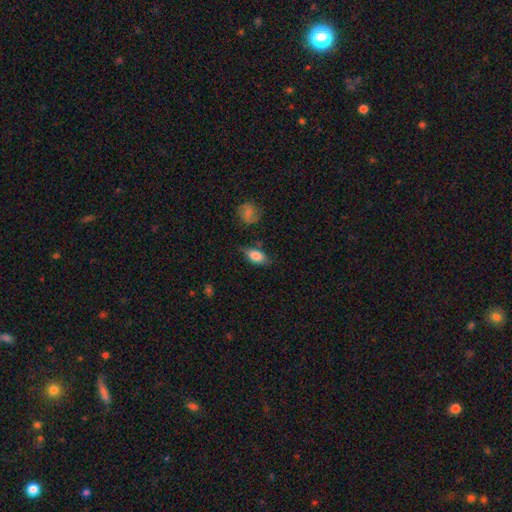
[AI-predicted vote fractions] A smooth galaxy with no disk features (80%) that is in between round and cigar-shaped (87%).

Vote fractions:
- Smooth or featured? smooth: 80% / featured or disk: 13% / star or artifact: 7%
- How rounded? in between: 87% / cigar-shaped: 8% / round: 6%
- Merging? none: 68% / minor disturbance: 23% / major disturbance: 6% / merger: 3%